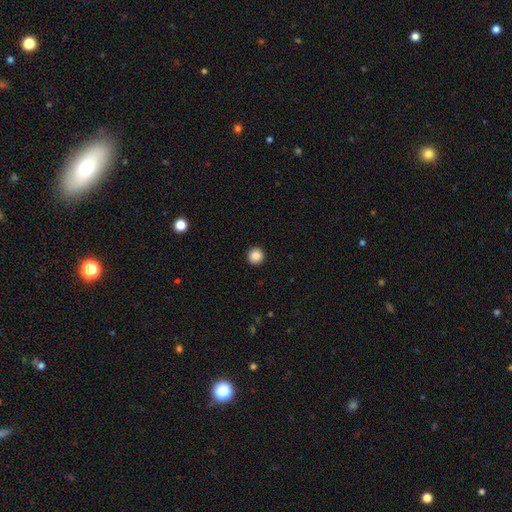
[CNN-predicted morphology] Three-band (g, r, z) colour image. It shows a smooth galaxy with no disk features (88%) that is round (96%). Merging: none (93%).